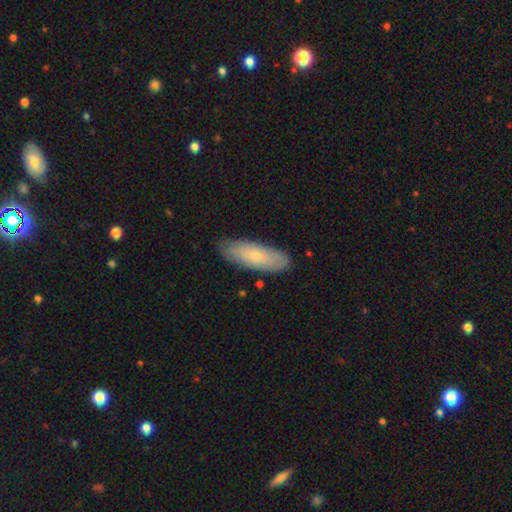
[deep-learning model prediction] The model was most divided on "how rounded": in between: 63%, cigar-shaped: 35%, round: 2%. More confident: merging — none (83%); smooth or featured — smooth (62%).